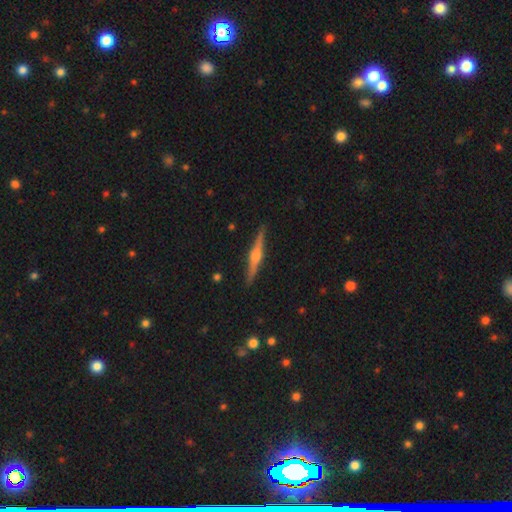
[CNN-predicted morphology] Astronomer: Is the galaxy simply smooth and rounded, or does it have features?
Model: featured or disk — 78%.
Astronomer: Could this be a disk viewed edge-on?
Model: yes — 98%.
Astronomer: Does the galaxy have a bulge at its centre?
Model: rounded — 87%.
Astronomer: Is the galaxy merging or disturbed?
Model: none — 91%.